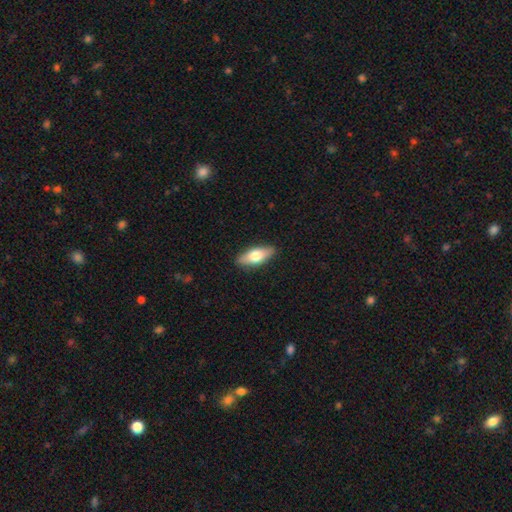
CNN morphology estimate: Q: Smooth or featured?
A: smooth (65%); runner-up: featured or disk (29%)
Q: How rounded?
A: in between (75%); runner-up: cigar-shaped (22%)
Q: Merging?
A: none (89%); runner-up: minor disturbance (8%)